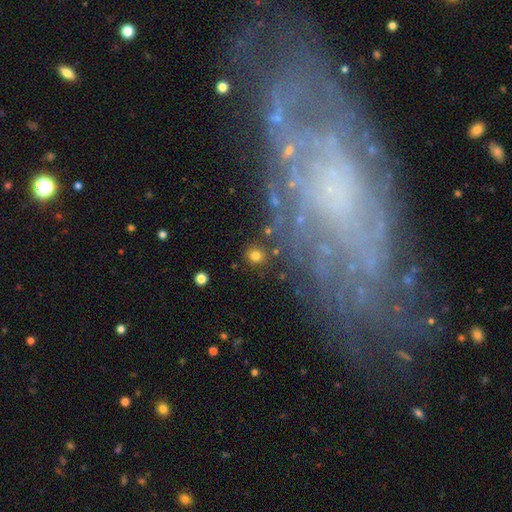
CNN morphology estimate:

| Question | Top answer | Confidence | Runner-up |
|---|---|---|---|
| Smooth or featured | smooth | 76% | star or artifact (13%) |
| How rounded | round | 88% | in between (11%) |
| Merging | none | 85% | minor disturbance (7%) |